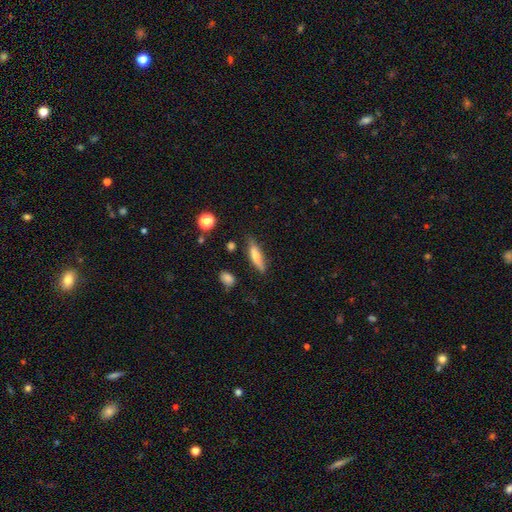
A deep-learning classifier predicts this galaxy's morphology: smooth-or-featured: smooth: 61% | featured or disk: 32% | star or artifact: 7%
  how-rounded: cigar-shaped: 64% | in between: 33% | round: 2%
  merging: none: 76% | minor disturbance: 17% | major disturbance: 4% | merger: 3%